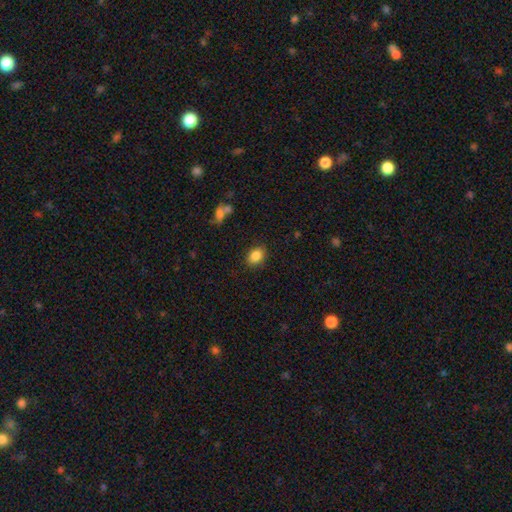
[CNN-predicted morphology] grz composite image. It shows a smooth galaxy with no disk features (85%) that is in between round and cigar-shaped (56%). Merging: none (84%).